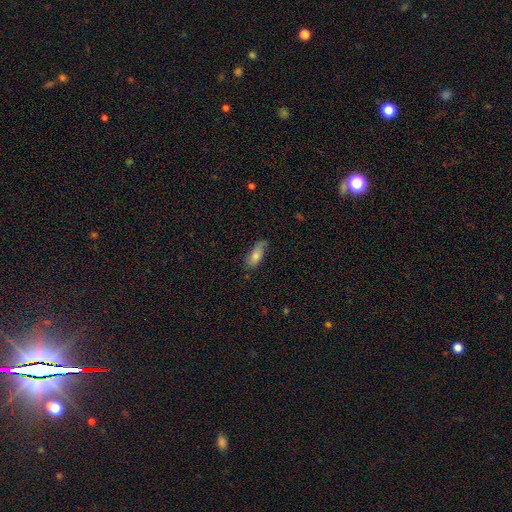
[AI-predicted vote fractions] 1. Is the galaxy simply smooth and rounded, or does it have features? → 71% smooth, 22% featured or disk, 7% star or artifact.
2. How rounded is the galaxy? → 75% in between, 23% cigar-shaped, 3% round.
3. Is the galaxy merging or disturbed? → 63% none, 28% minor disturbance, 7% major disturbance, 2% merger.